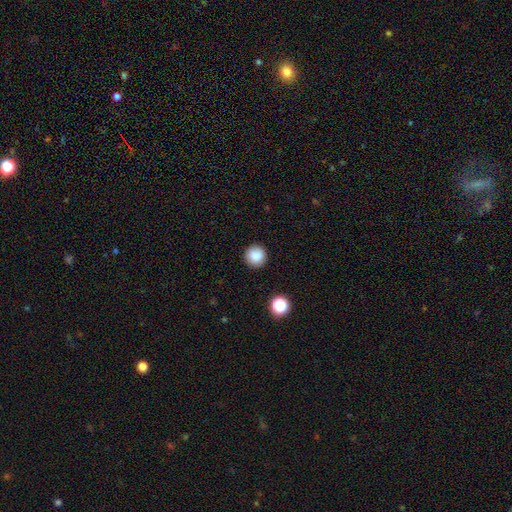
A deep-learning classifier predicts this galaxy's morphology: type=smooth (86%); roundness=round (96%); merging=none (91%).